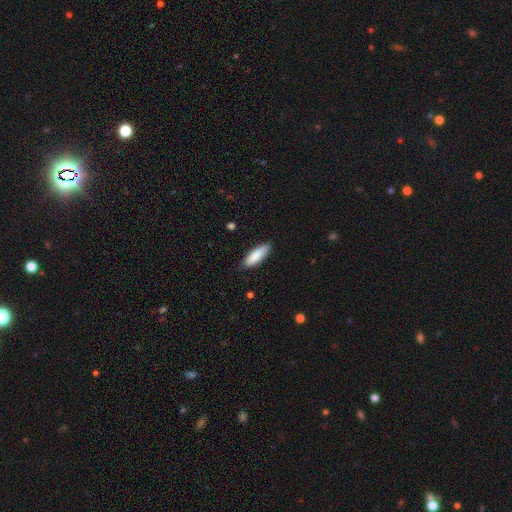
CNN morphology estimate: Smooth or featured: smooth — 87% (featured or disk — 7%)
How rounded: in between — 60% (cigar-shaped — 39%)
Merging: none — 82% (minor disturbance — 15%)